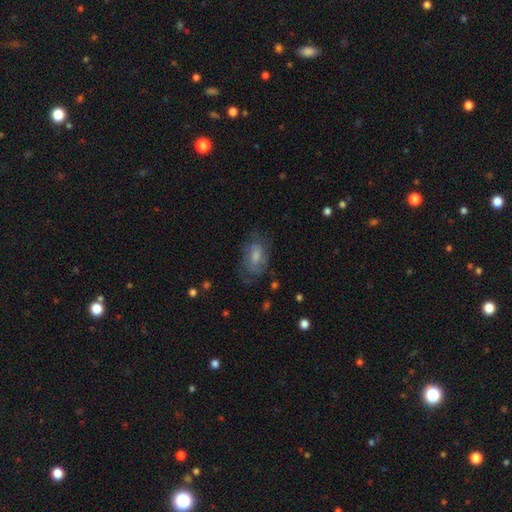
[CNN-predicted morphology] Overall: smooth (56%; featured or disk 35%). How rounded: in between (88%). Merging: none (60%; minor disturbance 24%).